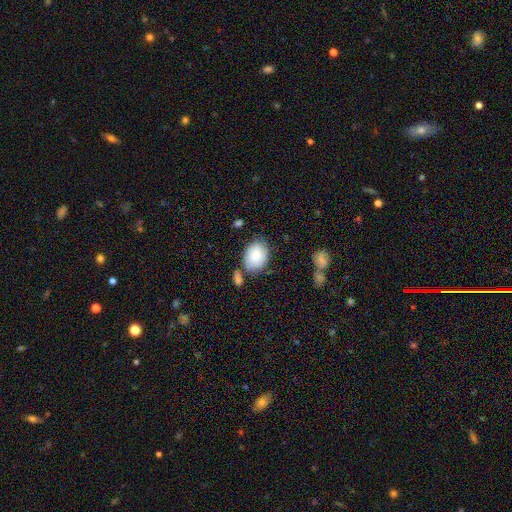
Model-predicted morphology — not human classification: This appears to be a smooth galaxy with no disk features (76%) that is in between round and cigar-shaped (71%). Merging: none (61%).